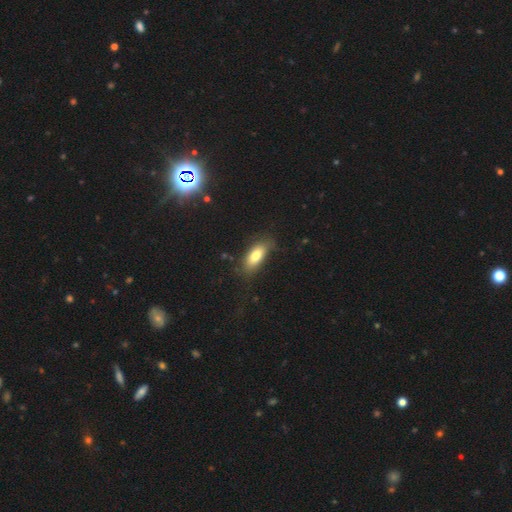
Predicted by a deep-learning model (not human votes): smooth_or_featured: smooth (p=0.78) [alt: featured or disk p=0.14]
how_rounded: in between (p=0.82) [alt: cigar-shaped p=0.15]
merging: none (p=0.74) [alt: minor disturbance p=0.18]